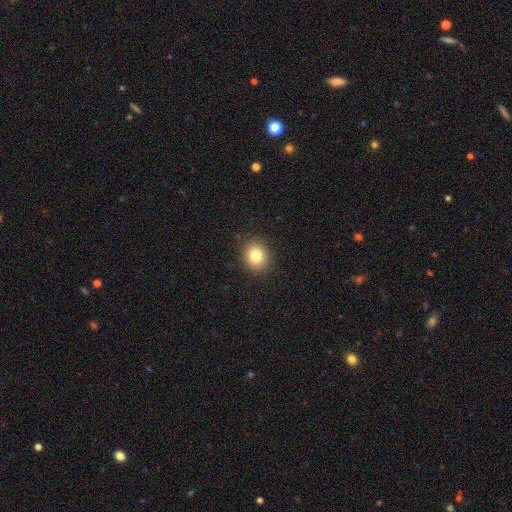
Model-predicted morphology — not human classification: Q: Smooth or featured?
A: smooth (82%); runner-up: star or artifact (11%)
Q: How rounded?
A: round (71%); runner-up: in between (28%)
Q: Merging?
A: none (90%); runner-up: minor disturbance (7%)